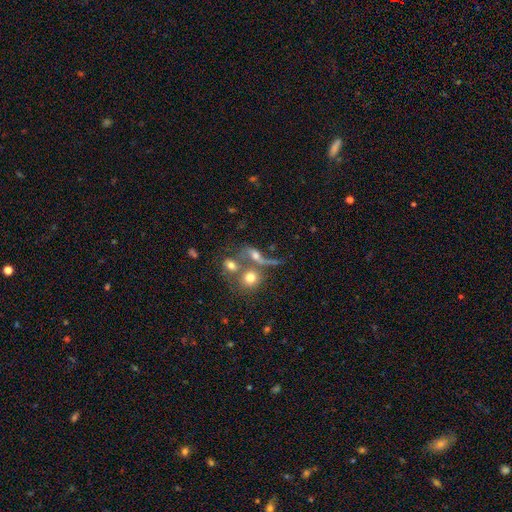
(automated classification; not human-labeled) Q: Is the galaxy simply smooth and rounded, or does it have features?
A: smooth — 50%.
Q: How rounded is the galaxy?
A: in between — 51%.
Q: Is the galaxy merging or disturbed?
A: merger — 45%.